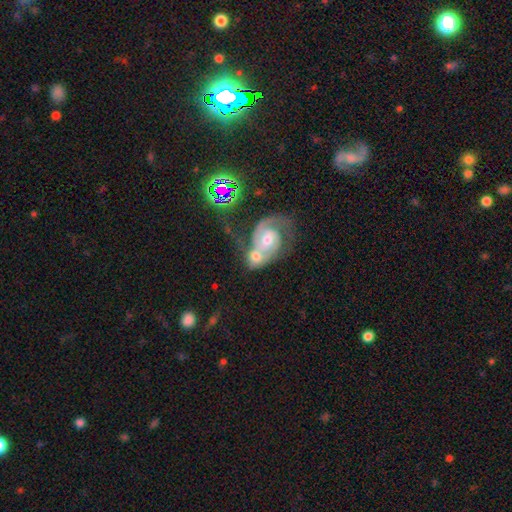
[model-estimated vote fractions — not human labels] Smooth or featured? Predicted: featured or disk (p=0.77). Edge-on disk? Predicted: no (p=0.96). Bar? Predicted: no (p=0.59). Spiral arms? Predicted: yes (p=0.90). Spiral winding? Predicted: medium (p=0.43). Spiral arm count? Predicted: 2 (p=0.65). Bulge size? Predicted: moderate (p=0.59). Merging? Predicted: merger (p=0.50).